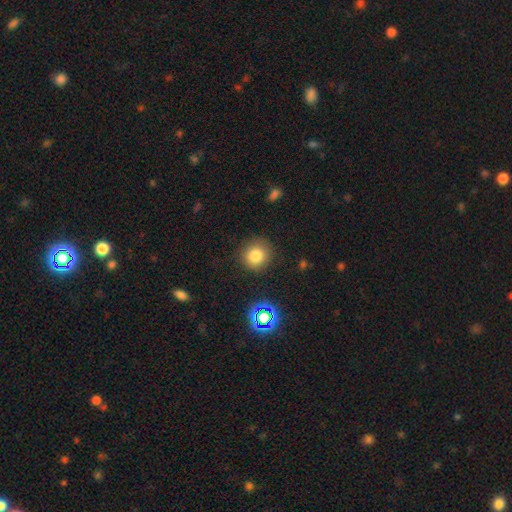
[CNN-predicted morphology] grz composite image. It shows a smooth galaxy with no disk features (79%) that is round (90%). Merging: none (86%).